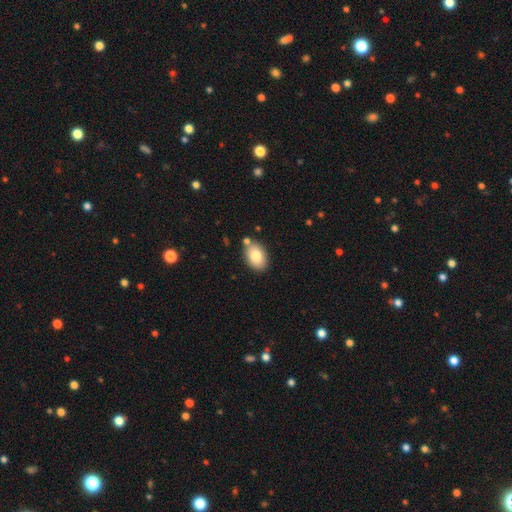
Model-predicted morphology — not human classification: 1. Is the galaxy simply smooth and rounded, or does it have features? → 82% smooth, 11% featured or disk, 8% star or artifact.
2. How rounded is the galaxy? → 84% in between, 15% round, 1% cigar-shaped.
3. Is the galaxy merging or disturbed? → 78% none, 12% minor disturbance, 7% merger, 3% major disturbance.